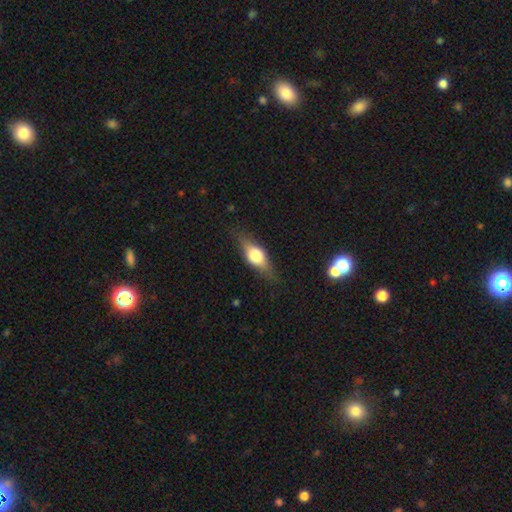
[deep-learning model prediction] A smooth galaxy with no disk features (49%). Merging: none (79%).